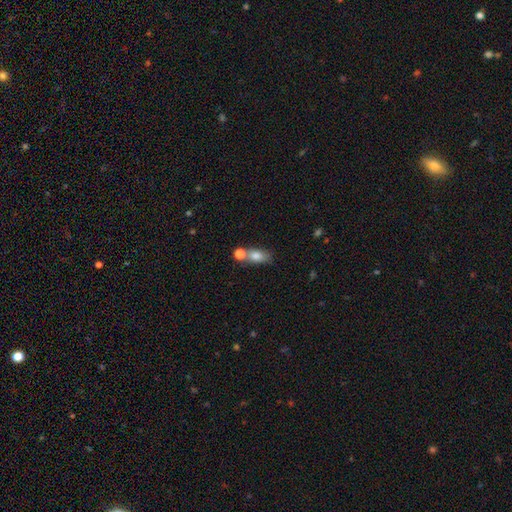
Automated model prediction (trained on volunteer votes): Morphology: type=smooth (77%); roundness=in between (75%); merging=none (47%).